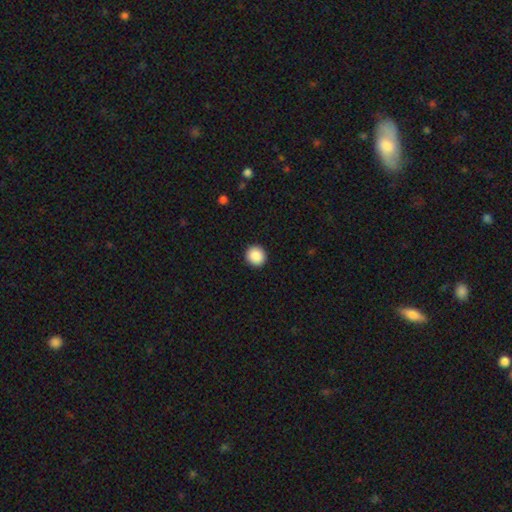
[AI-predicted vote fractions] Smooth or featured? smooth (89%)
How rounded? round (92%)
Merging? none (93%)